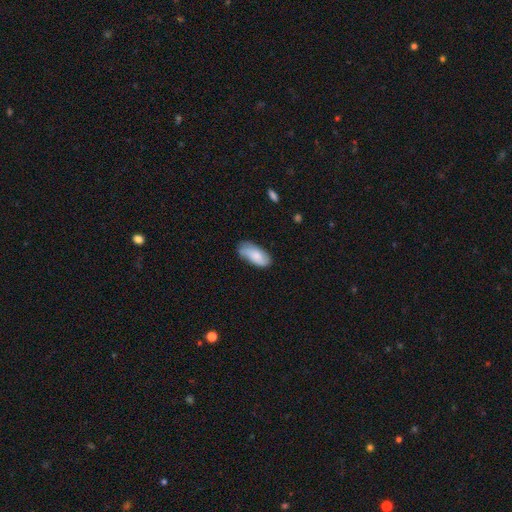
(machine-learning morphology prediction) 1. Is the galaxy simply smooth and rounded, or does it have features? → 77% smooth, 16% featured or disk, 6% star or artifact.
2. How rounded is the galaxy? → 89% in between, 9% cigar-shaped, 2% round.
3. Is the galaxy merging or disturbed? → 65% none, 27% minor disturbance, 6% major disturbance, 2% merger.